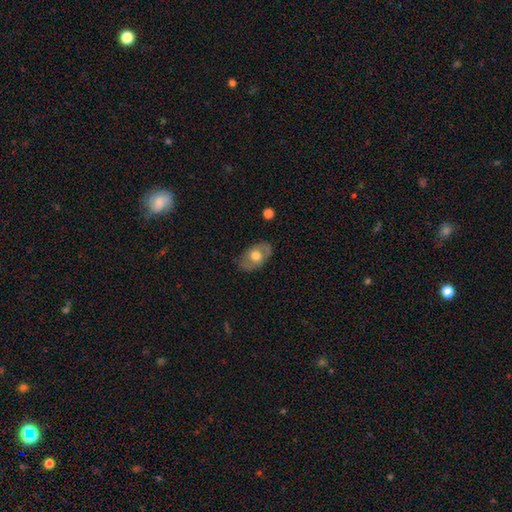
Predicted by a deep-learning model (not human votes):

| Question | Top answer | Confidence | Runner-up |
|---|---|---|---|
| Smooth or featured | smooth | 53% | featured or disk (41%) |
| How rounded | in between | 84% | round (14%) |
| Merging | none | 79% | minor disturbance (16%) |